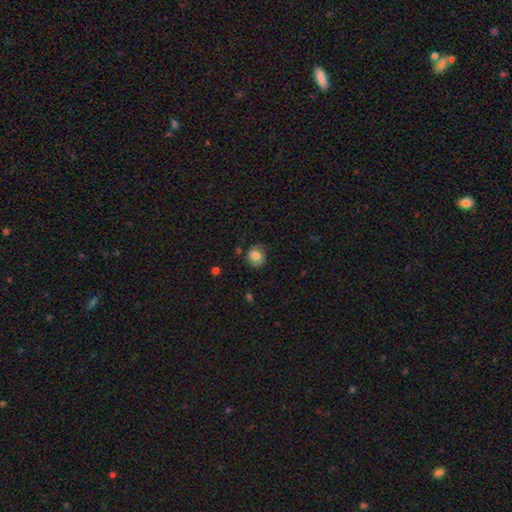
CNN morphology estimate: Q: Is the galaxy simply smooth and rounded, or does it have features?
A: smooth — 80%.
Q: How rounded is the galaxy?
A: round — 81%.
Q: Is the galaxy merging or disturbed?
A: none — 70%.